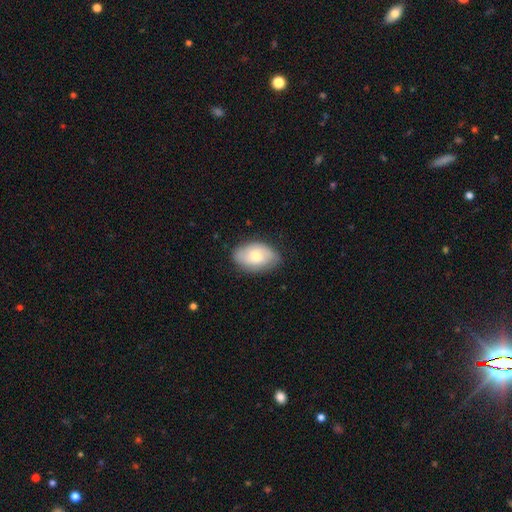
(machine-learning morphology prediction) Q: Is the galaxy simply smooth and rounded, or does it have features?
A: smooth — 63%.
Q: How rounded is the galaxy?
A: in between — 89%.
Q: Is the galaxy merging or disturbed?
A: none — 77%.